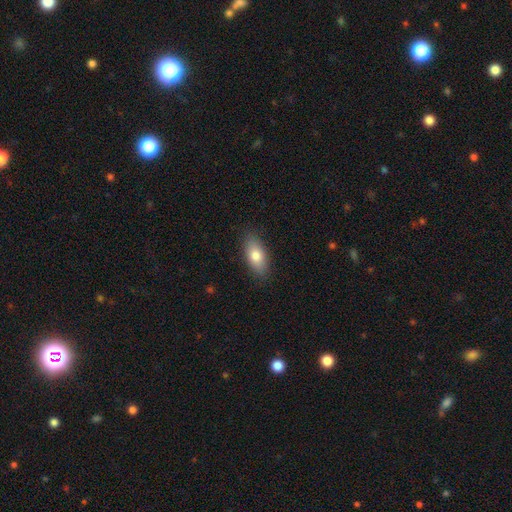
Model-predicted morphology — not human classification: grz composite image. It shows a smooth galaxy with no disk features (79%) that is in between round and cigar-shaped (86%). Merging: none (87%).